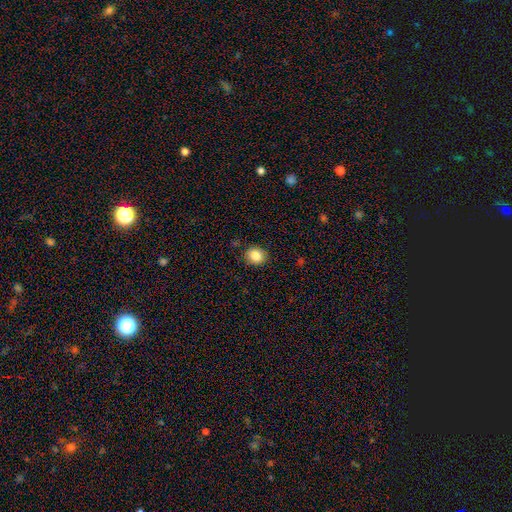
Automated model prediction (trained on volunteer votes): smooth 85%, star or artifact 10%, featured or disk 5%. Down the decision tree: how rounded — round (70%); merging — none (88%).